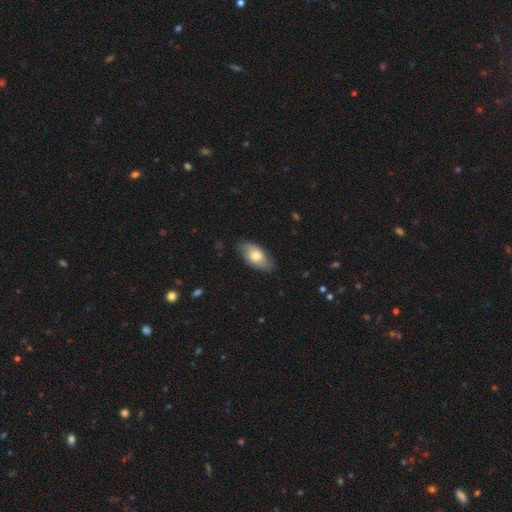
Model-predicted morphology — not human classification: Overall: smooth (59%; featured or disk 35%). How rounded: in between (92%). Merging: none (78%).